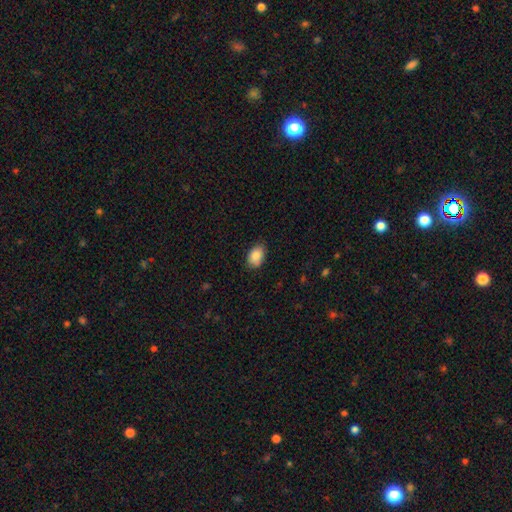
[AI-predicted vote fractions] Smooth or featured? Predicted: smooth (p=0.86). How rounded? Predicted: in between (p=0.85). Merging? Predicted: none (p=0.79).